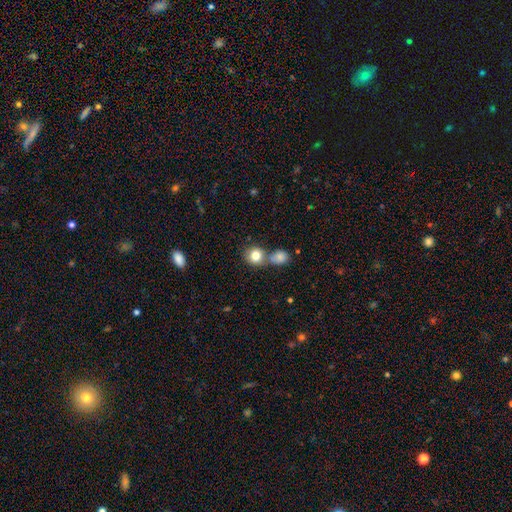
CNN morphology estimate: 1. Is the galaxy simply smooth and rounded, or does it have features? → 82% smooth, 9% star or artifact, 9% featured or disk.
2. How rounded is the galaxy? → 82% round, 16% in between, 1% cigar-shaped.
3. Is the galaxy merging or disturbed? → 51% none, 38% merger, 8% minor disturbance, 3% major disturbance.